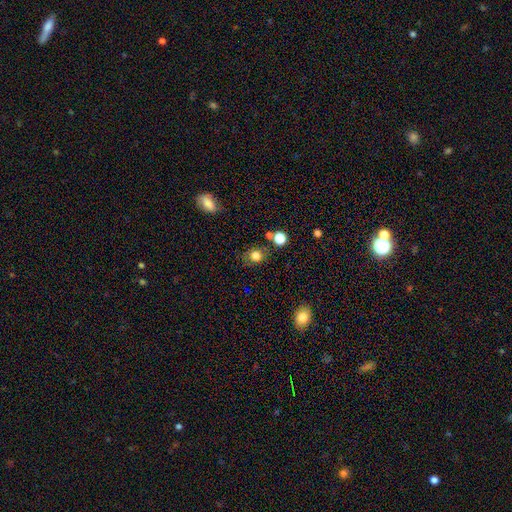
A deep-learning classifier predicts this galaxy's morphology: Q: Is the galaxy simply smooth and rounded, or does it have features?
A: smooth — 79%.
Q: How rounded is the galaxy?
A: round — 71%.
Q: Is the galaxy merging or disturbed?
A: none — 73%.